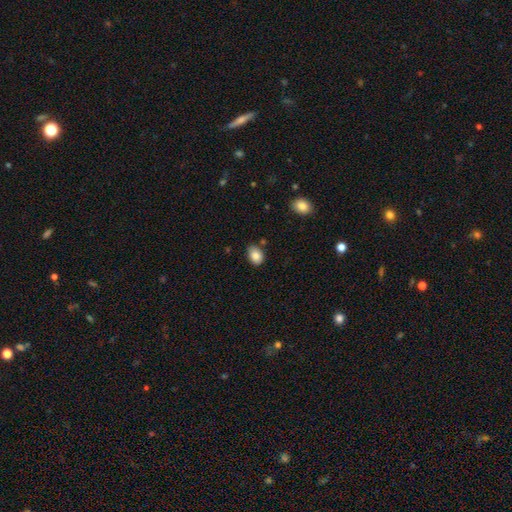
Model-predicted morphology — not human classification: smooth 86%, star or artifact 8%, featured or disk 6%. Down the decision tree: how rounded — in between (75%); merging — none (77%).